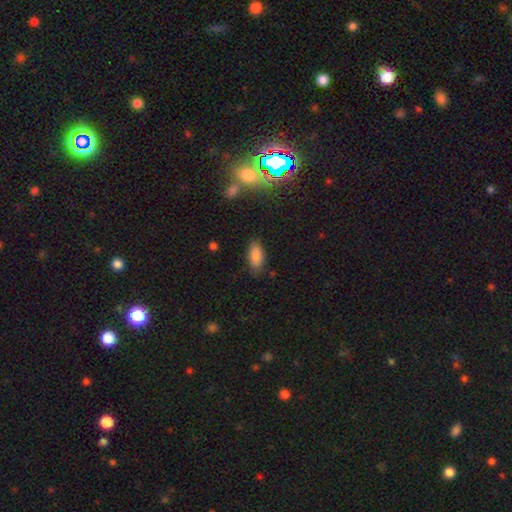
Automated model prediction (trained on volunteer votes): Overall: smooth (85%). How rounded: in between (87%). Merging: none (80%).